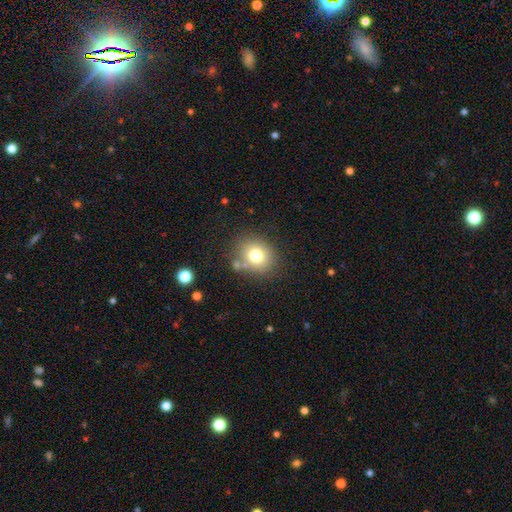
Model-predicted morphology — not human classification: A smooth galaxy with no disk features (74%) that is round (68%). Merging: none (77%).